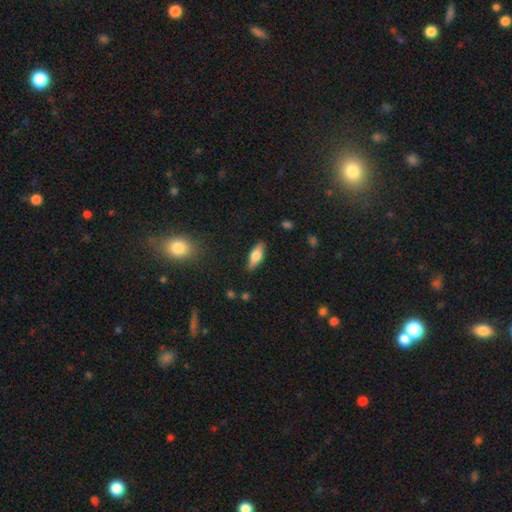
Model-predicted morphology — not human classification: A smooth galaxy with no disk features (63%) that is in between round and cigar-shaped (62%). Merging: none (86%).